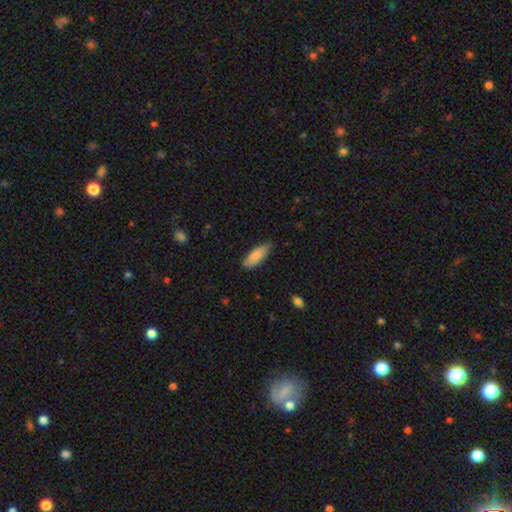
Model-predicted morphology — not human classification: smooth_or_featured: smooth (p=0.82) [alt: featured or disk p=0.12]
how_rounded: in between (p=0.77) [alt: cigar-shaped p=0.21]
merging: none (p=0.74) [alt: minor disturbance p=0.22]